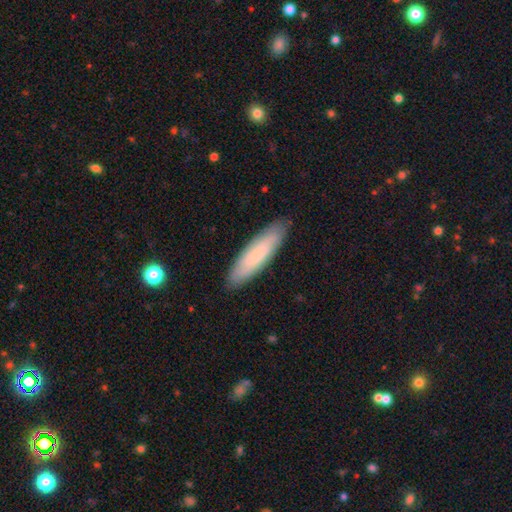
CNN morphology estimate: Smooth or featured?
  - smooth: 77% *
  - featured or disk: 17%
  - star or artifact: 6%
How rounded?
  - cigar-shaped: 72% *
  - in between: 26%
  - round: 1%
Merging?
  - none: 88% *
  - minor disturbance: 9%
  - major disturbance: 2%
  - merger: 1%